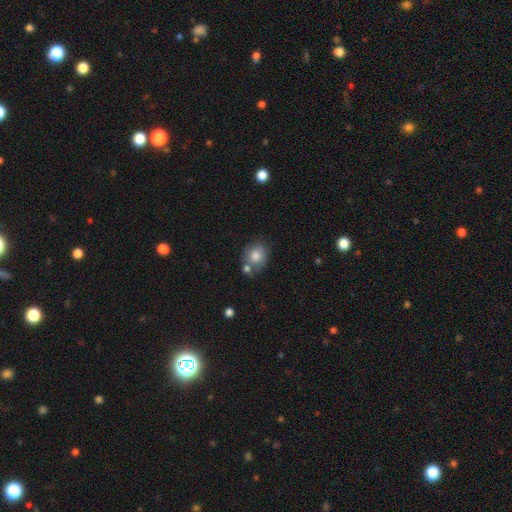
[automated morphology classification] Smooth or featured? Predicted: smooth (p=0.79). How rounded? Predicted: round (p=0.61). Merging? Predicted: none (p=0.58).